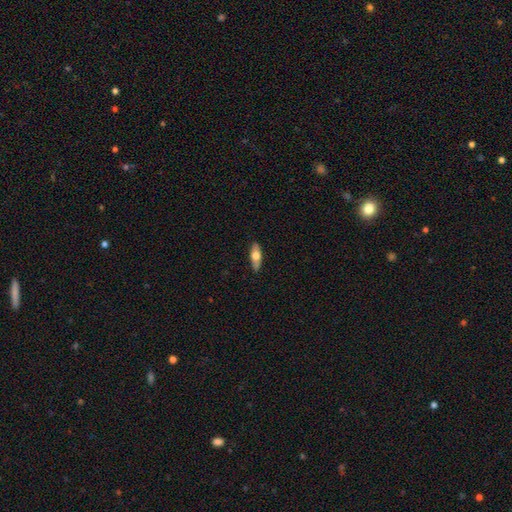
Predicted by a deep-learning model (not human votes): Smooth or featured? Predicted: smooth (p=0.59). How rounded? Predicted: in between (p=0.66). Merging? Predicted: none (p=0.88).